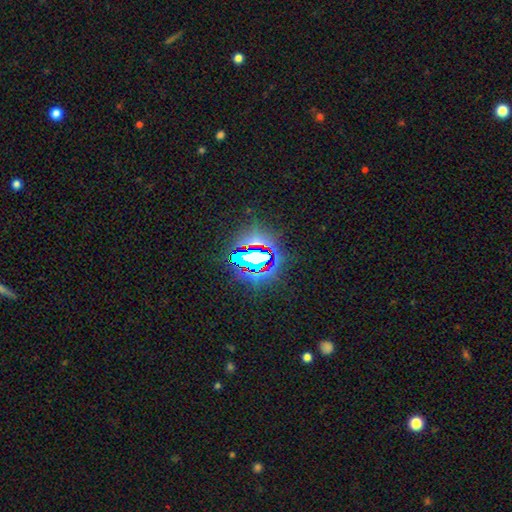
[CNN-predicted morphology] A star or artifact, not a galaxy (71%).

Vote fractions:
- Smooth or featured? star or artifact: 71% / smooth: 18% / featured or disk: 11%